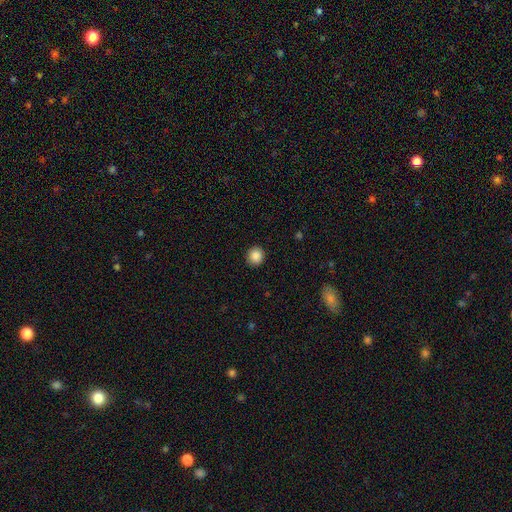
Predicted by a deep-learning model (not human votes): smooth-or-featured: smooth: 87% | star or artifact: 9% | featured or disk: 3%
  how-rounded: round: 90% | in between: 9% | cigar-shaped: 1%
  merging: none: 91% | minor disturbance: 6% | major disturbance: 2% | merger: 1%